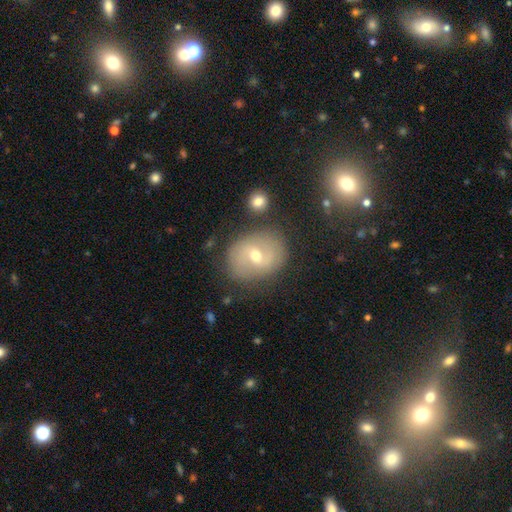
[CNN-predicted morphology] Smooth or featured? Predicted: featured or disk (p=0.57). Edge-on disk? Predicted: no (p=0.96). Bar? Predicted: weak (p=0.49). Spiral arms? Predicted: yes (p=0.66). Bulge size? Predicted: moderate (p=0.61). Merging? Predicted: none (p=0.78).